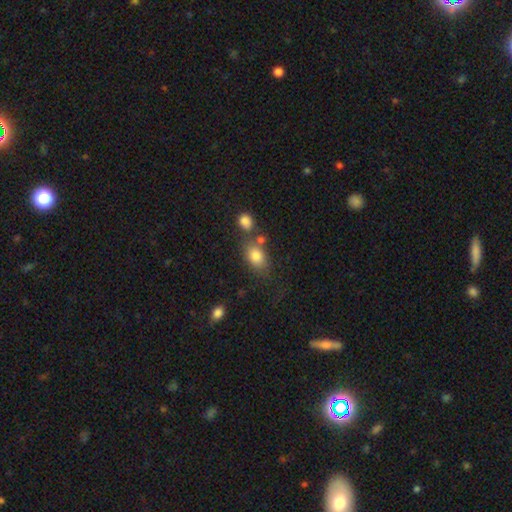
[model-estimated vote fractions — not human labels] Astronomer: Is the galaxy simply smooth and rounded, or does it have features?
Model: smooth — 82%.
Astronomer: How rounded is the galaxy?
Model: in between — 76%.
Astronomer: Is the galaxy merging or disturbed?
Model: none — 57%.